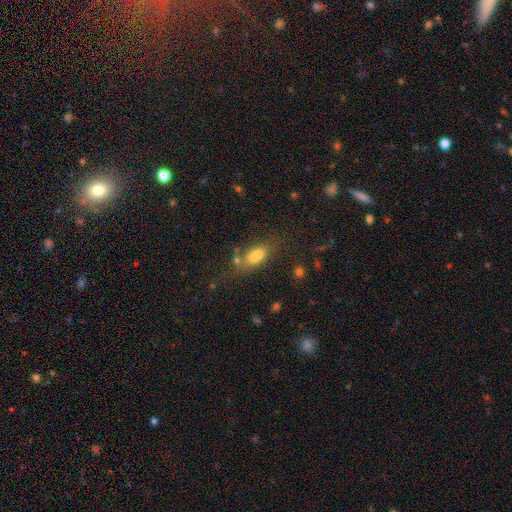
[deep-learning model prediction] The model was most divided on "merging": none: 46%, merger: 26%, minor disturbance: 17%, major disturbance: 11%. More confident: how rounded — in between (73%); smooth or featured — smooth (66%).